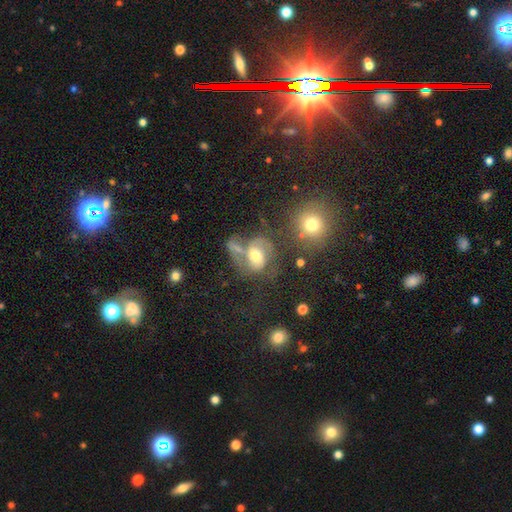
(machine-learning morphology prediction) type=featured or disk (56%); edge-on=no (96%); bar=no (54%); spiral arms=yes (73%); bulge=moderate (67%); merging=merger (32%, tied with none).